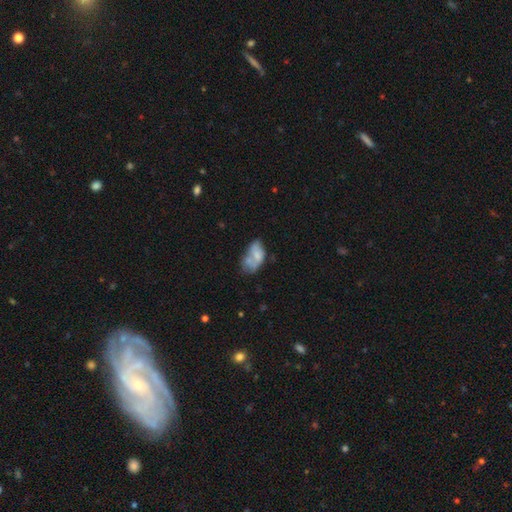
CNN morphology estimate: smooth 54%, featured or disk 37%, star or artifact 8%. Down the decision tree: how rounded — in between (90%); merging — merger (46%).